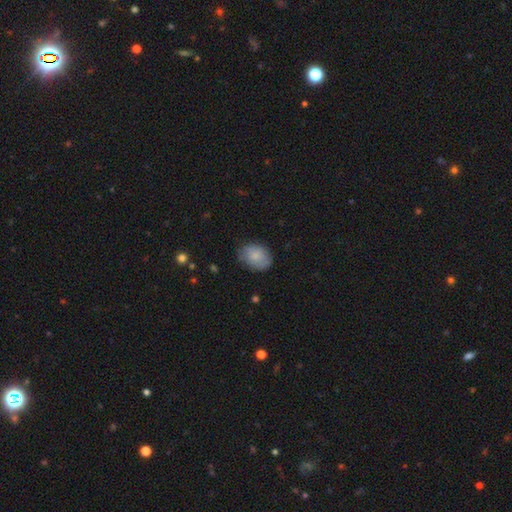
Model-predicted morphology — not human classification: smooth 79%, featured or disk 14%, star or artifact 7%. Down the decision tree: how rounded — in between (71%); merging — none (72%).